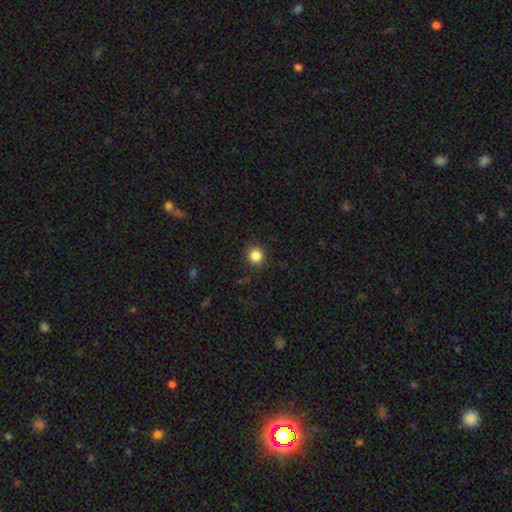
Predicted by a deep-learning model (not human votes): smooth 85%, star or artifact 11%, featured or disk 4%. Down the decision tree: how rounded — round (92%); merging — none (90%).